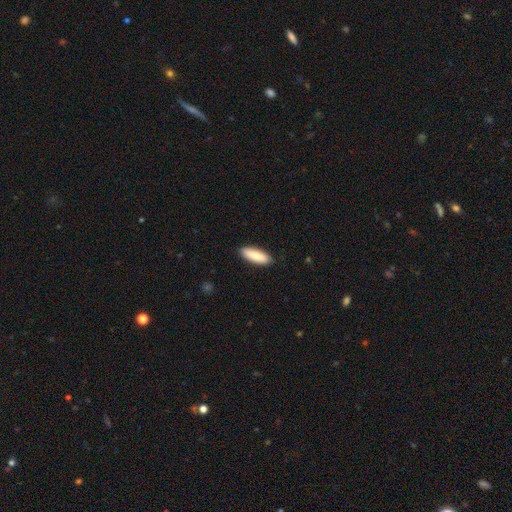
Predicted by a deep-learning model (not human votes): Overall: smooth (86%). How rounded: in between (55%; cigar-shaped 43%). Merging: none (89%).